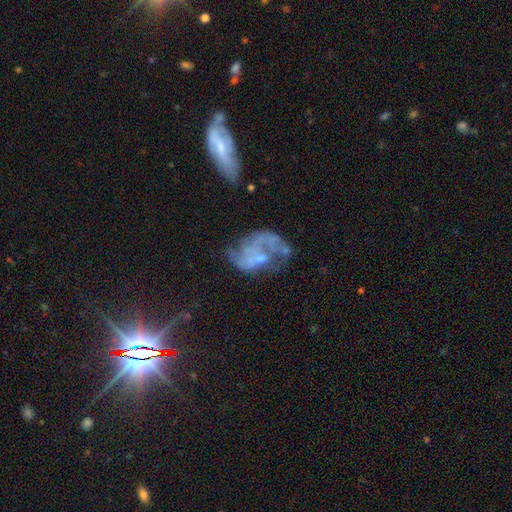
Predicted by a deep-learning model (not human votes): A featured or disk galaxy (68%) with no bar (72%), spiral arms (54%) and no central bulge (52%).

Vote fractions:
- Smooth or featured? featured or disk: 68% / smooth: 20% / star or artifact: 12%
- Edge-on disk? no: 98% / yes: 2%
- Bar? no: 72% / weak: 23% / strong: 6%
- Spiral arms? yes: 54% / no: 46%
- Bulge size? none: 52% / small: 30% / moderate: 15% / large: 2% / dominant: 1%
- Merging? major disturbance: 36% / none: 30% / minor disturbance: 20% / merger: 14%